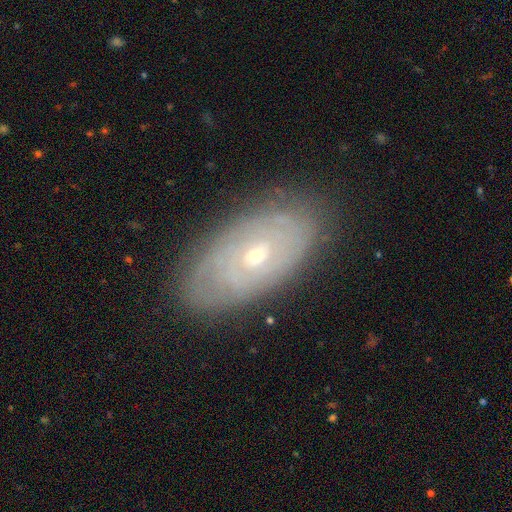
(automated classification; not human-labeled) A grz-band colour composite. It shows a featured or disk galaxy (71%) with no bar (74%), spiral arms (76%) and a small central bulge (57%). Merging: none (83%).